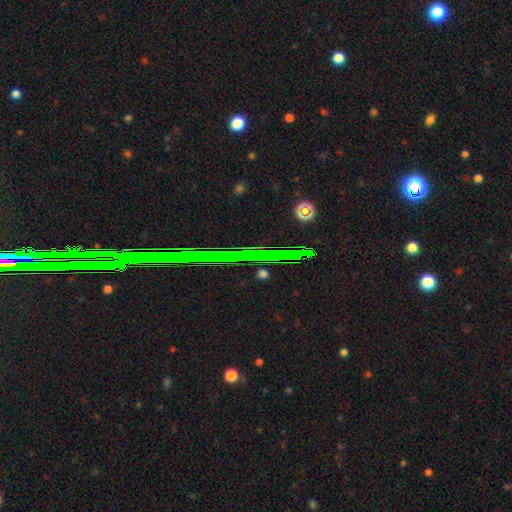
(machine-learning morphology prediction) Overall: star or artifact (71%).